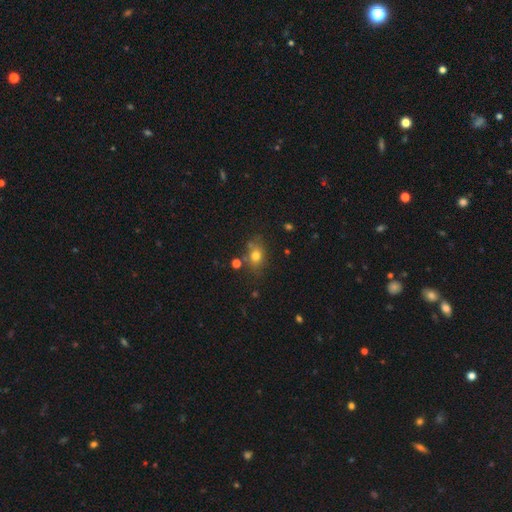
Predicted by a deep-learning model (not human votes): A smooth galaxy with no disk features (74%) that is in between round and cigar-shaped (57%).

Vote fractions:
- Smooth or featured? smooth: 74% / star or artifact: 13% / featured or disk: 13%
- How rounded? in between: 57% / round: 41% / cigar-shaped: 2%
- Merging? none: 68% / minor disturbance: 17% / merger: 10% / major disturbance: 5%